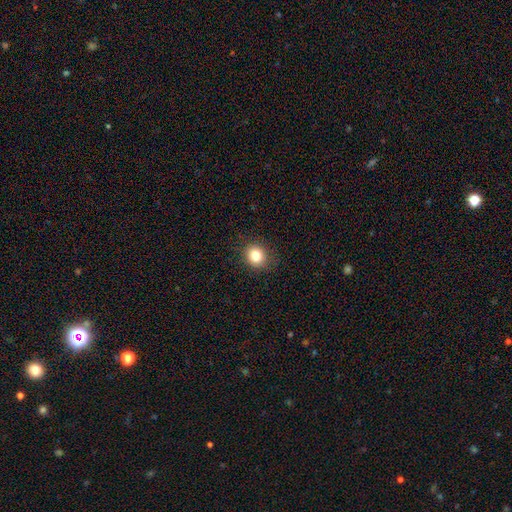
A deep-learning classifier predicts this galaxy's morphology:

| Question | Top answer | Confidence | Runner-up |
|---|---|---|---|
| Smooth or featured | smooth | 83% | star or artifact (11%) |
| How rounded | round | 82% | in between (17%) |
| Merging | none | 88% | minor disturbance (8%) |